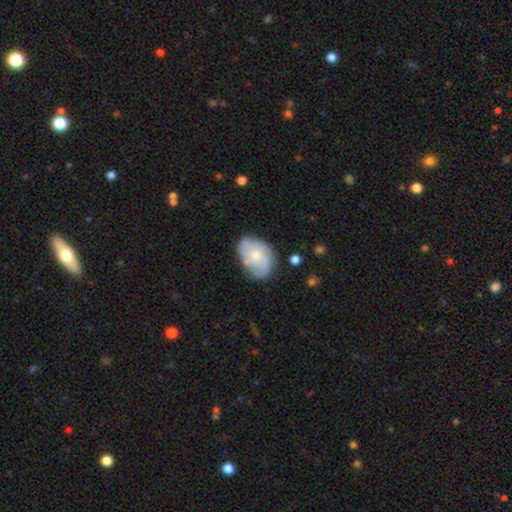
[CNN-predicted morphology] smooth 53%, featured or disk 41%, star or artifact 6%. Down the decision tree: how rounded — in between (83%); merging — none (64%).